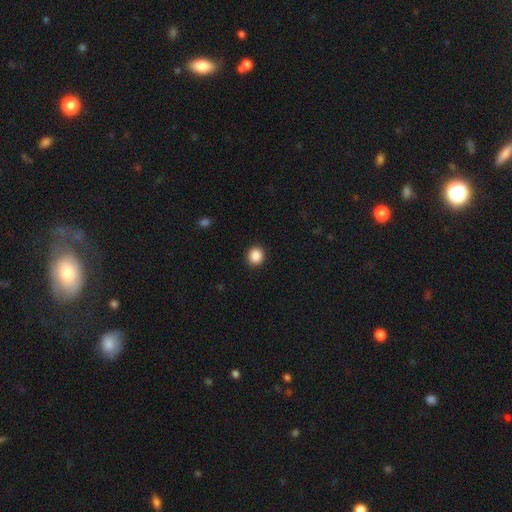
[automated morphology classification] The model was most divided on "how rounded": round: 89%, in between: 10%, cigar-shaped: 1%. More confident: merging — none (91%); smooth or featured — smooth (88%).